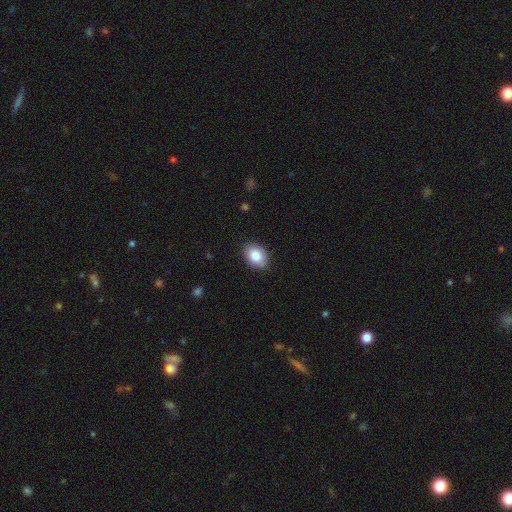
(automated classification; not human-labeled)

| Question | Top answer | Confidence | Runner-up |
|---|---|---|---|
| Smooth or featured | smooth | 87% | star or artifact (7%) |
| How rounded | in between | 76% | round (23%) |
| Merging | none | 85% | minor disturbance (12%) |